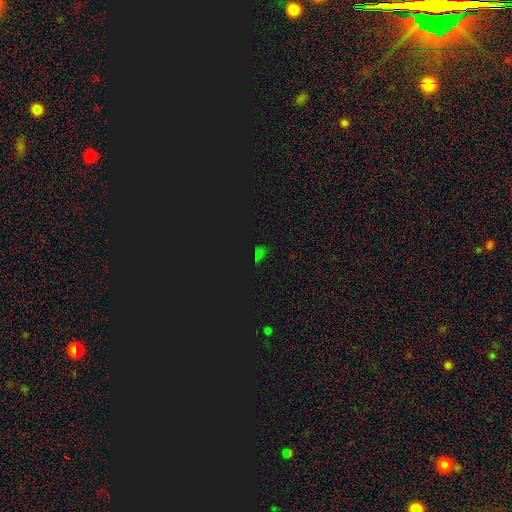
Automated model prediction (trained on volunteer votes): Smooth or featured? star or artifact (72%)